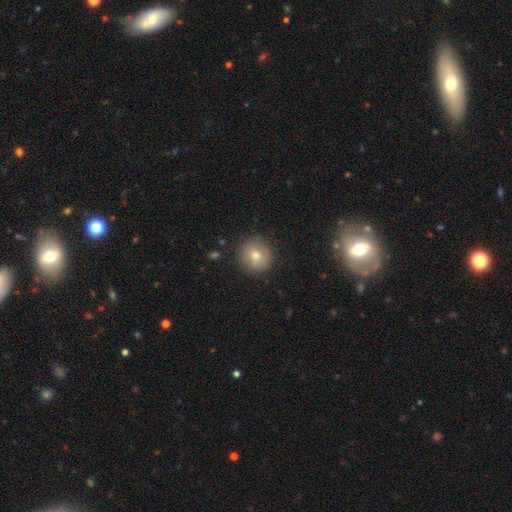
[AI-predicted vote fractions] Morphology: type=smooth (73%); roundness=round (93%); merging=none (89%).